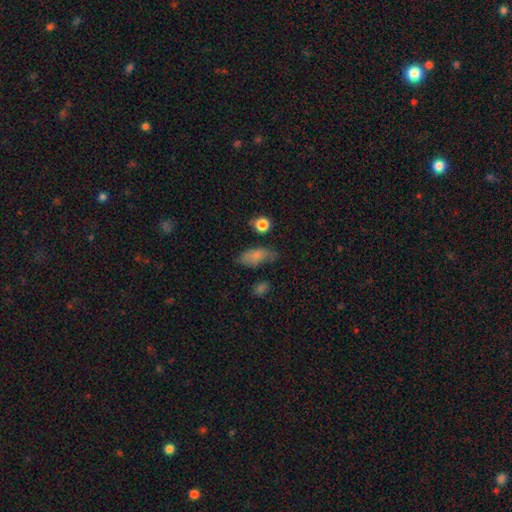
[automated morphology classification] Q: Smooth or featured?
A: smooth (76%); runner-up: featured or disk (14%)
Q: How rounded?
A: in between (84%); runner-up: cigar-shaped (11%)
Q: Merging?
A: none (59%); runner-up: minor disturbance (28%)